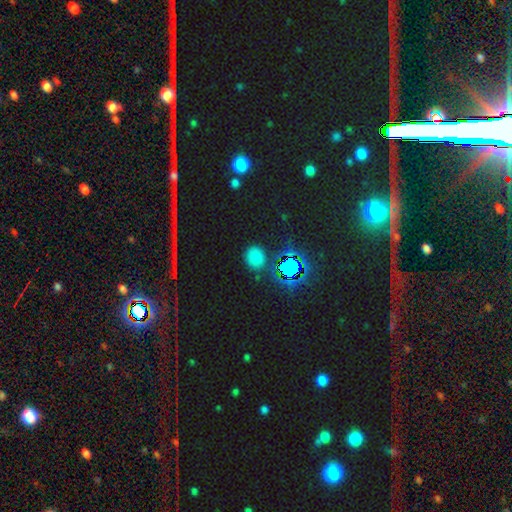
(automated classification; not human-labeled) Morphology: type=smooth (56%); roundness=round (69%); merging=none (81%).